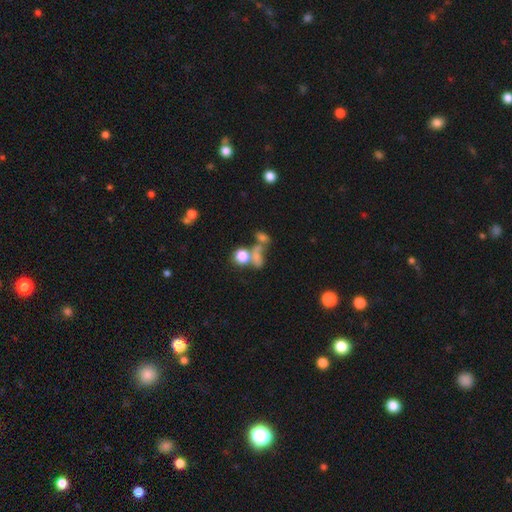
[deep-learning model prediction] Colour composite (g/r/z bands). It shows a smooth galaxy with no disk features (65%) that is round (51%). Merging: merger (42%).